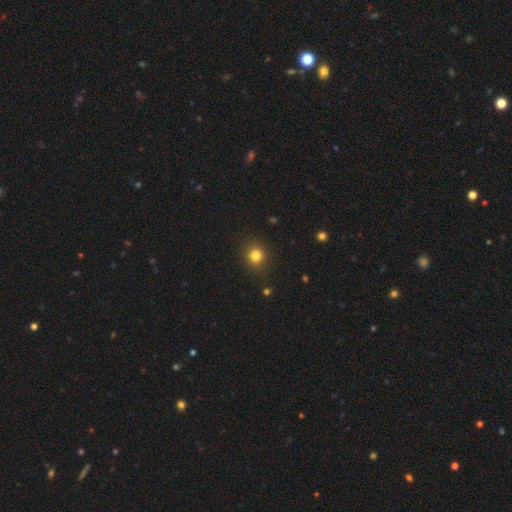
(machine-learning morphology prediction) This appears to be a smooth galaxy with no disk features (80%) that is round (84%). Merging: none (89%).